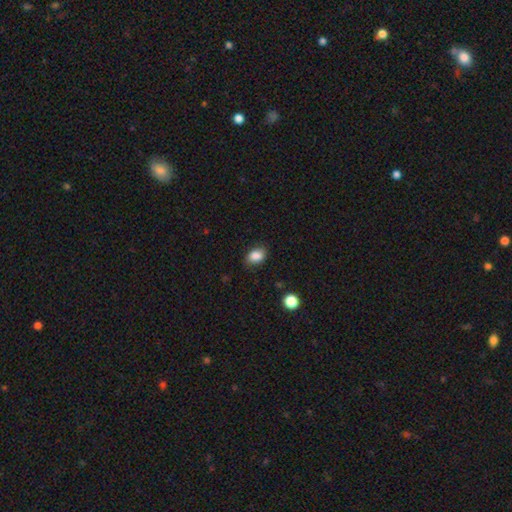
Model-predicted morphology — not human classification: smooth-or-featured: smooth: 86% | star or artifact: 9% | featured or disk: 5%
  how-rounded: in between: 81% | round: 18% | cigar-shaped: 1%
  merging: none: 81% | minor disturbance: 15% | major disturbance: 3% | merger: 1%